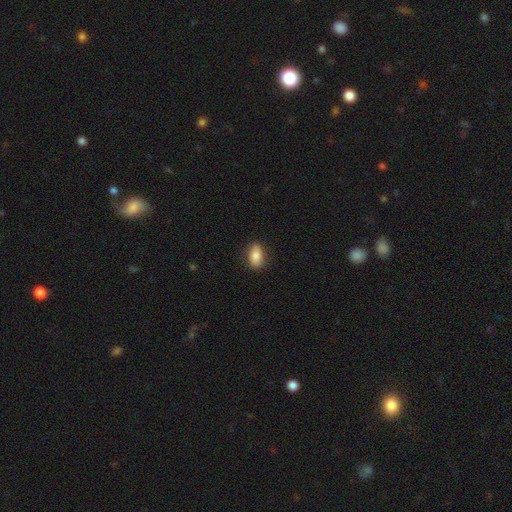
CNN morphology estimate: Smooth or featured? smooth (80%)
How rounded? in between (87%)
Merging? none (83%)